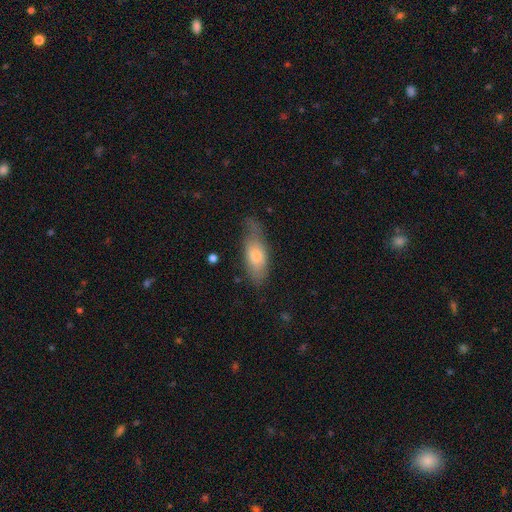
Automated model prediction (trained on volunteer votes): Smooth or featured? smooth (69%)
How rounded? in between (69%)
Merging? none (62%)